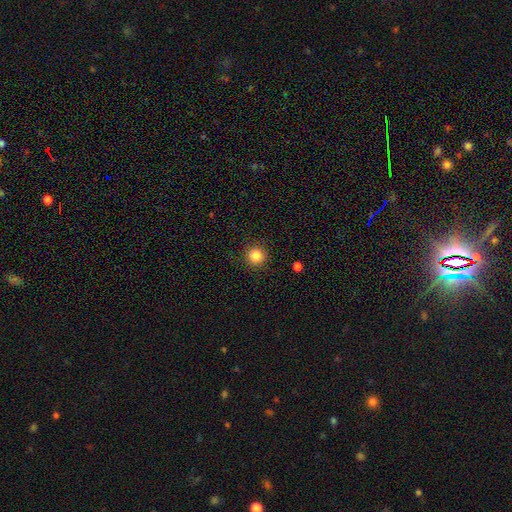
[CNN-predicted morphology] Smooth or featured?
  - smooth: 85% *
  - star or artifact: 11%
  - featured or disk: 4%
How rounded?
  - round: 94% *
  - in between: 5%
  - cigar-shaped: 1%
Merging?
  - none: 91% *
  - minor disturbance: 6%
  - major disturbance: 2%
  - merger: 1%